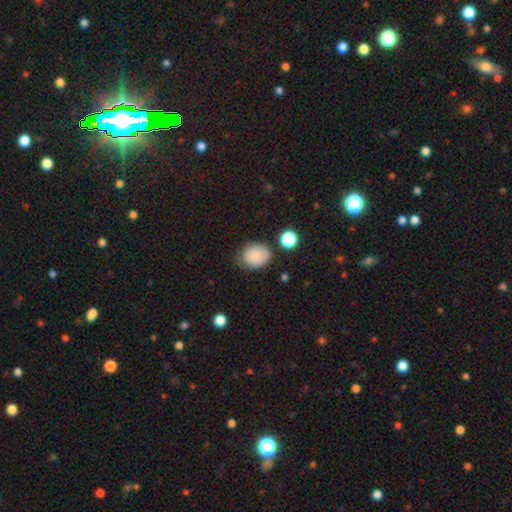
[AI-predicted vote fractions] Smooth or featured: smooth — 84% (star or artifact — 9%)
How rounded: in between — 57% (round — 42%)
Merging: none — 68% (minor disturbance — 23%)